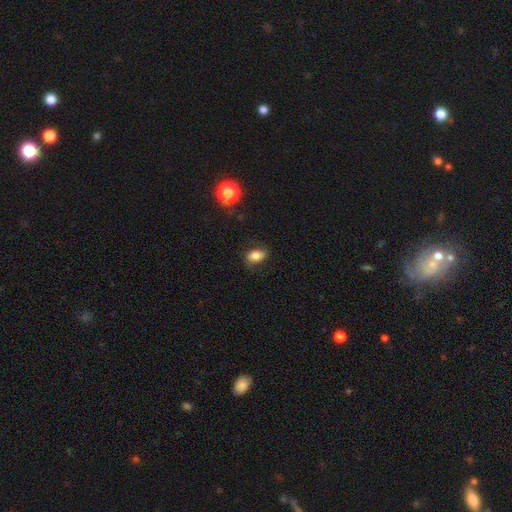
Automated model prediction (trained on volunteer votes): The model was most divided on "merging": none: 76%, minor disturbance: 18%, major disturbance: 5%, merger: 1%. More confident: how rounded — in between (83%); smooth or featured — smooth (75%).